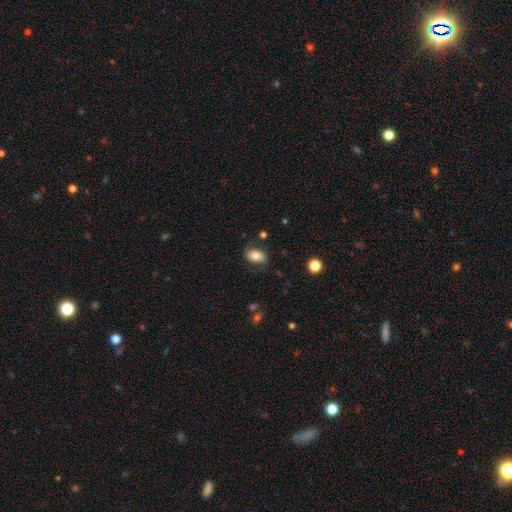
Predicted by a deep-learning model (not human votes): A smooth galaxy with no disk features (79%) that is in between round and cigar-shaped (89%). Merging: none (80%).